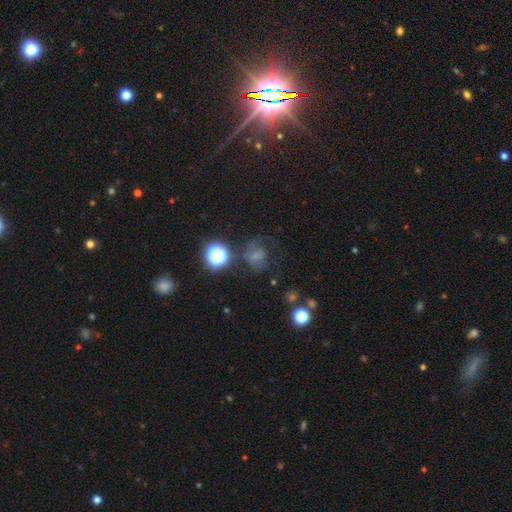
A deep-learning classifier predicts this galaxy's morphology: Smooth or featured?
  - smooth: 47% *
  - featured or disk: 28%
  - star or artifact: 25%
Merging?
  - none: 44% *
  - major disturbance: 29%
  - minor disturbance: 21%
  - merger: 6%